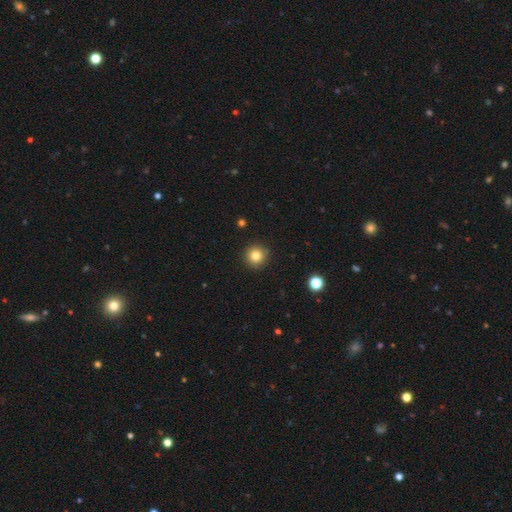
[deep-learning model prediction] A smooth galaxy with no disk features (83%) that is round (95%).

Vote fractions:
- Smooth or featured? smooth: 83% / star or artifact: 11% / featured or disk: 6%
- How rounded? round: 95% / in between: 4% / cigar-shaped: 1%
- Merging? none: 92% / minor disturbance: 5% / major disturbance: 2% / merger: 1%